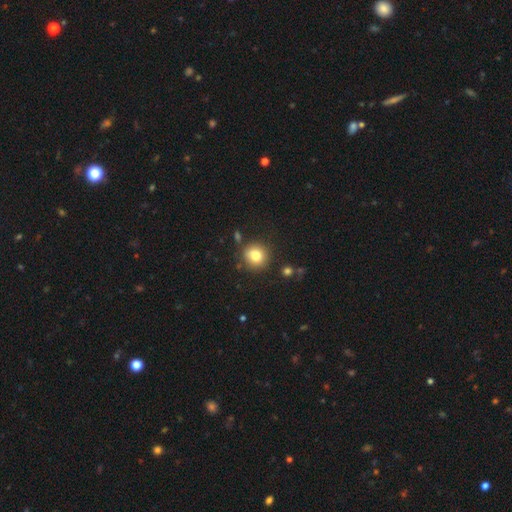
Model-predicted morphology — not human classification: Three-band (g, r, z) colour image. It shows a smooth galaxy with no disk features (80%) that is round (91%). Merging: none (85%).